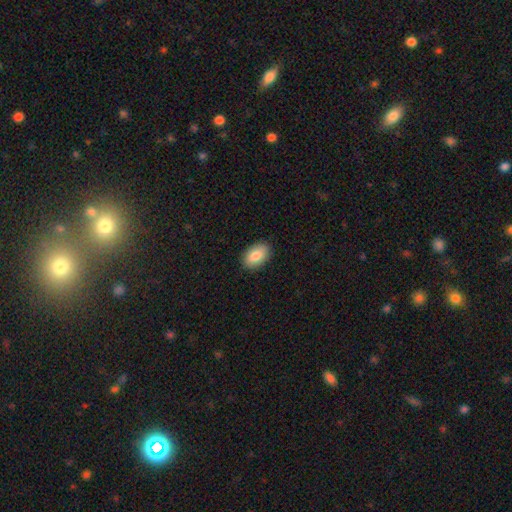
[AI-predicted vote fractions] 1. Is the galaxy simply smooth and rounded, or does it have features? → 86% smooth, 8% featured or disk, 6% star or artifact.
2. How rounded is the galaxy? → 93% in between, 6% round, 1% cigar-shaped.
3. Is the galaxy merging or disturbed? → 89% none, 8% minor disturbance, 2% major disturbance, 1% merger.